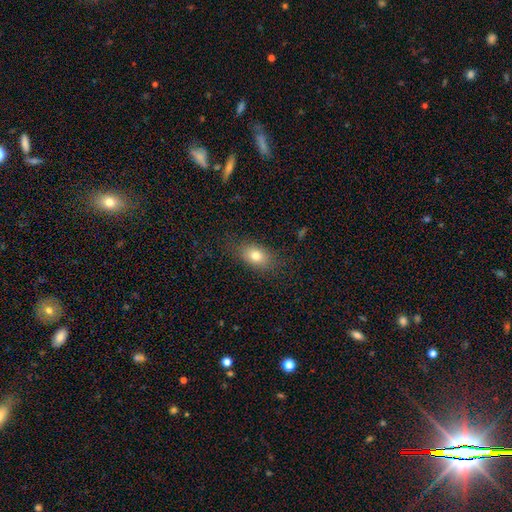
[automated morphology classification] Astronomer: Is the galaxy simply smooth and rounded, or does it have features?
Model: smooth — 78%.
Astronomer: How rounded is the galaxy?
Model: in between — 79%.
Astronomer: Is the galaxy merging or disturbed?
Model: none — 81%.